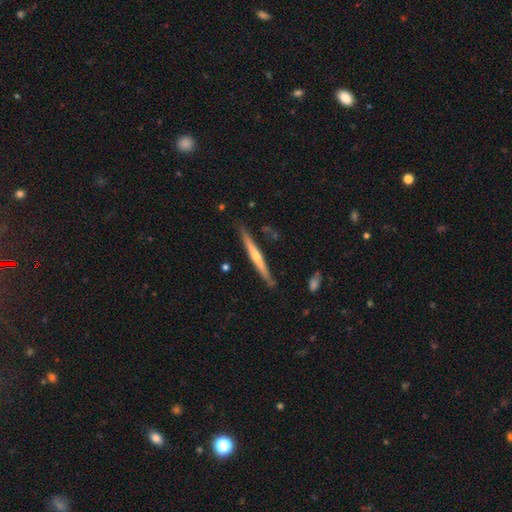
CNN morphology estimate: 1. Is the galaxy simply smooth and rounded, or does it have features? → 65% featured or disk, 30% smooth, 5% star or artifact.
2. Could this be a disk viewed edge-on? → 97% yes, 3% no.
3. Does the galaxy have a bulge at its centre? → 70% rounded, 26% none, 4% boxy.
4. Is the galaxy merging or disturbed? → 84% none, 12% minor disturbance, 2% merger, 2% major disturbance.